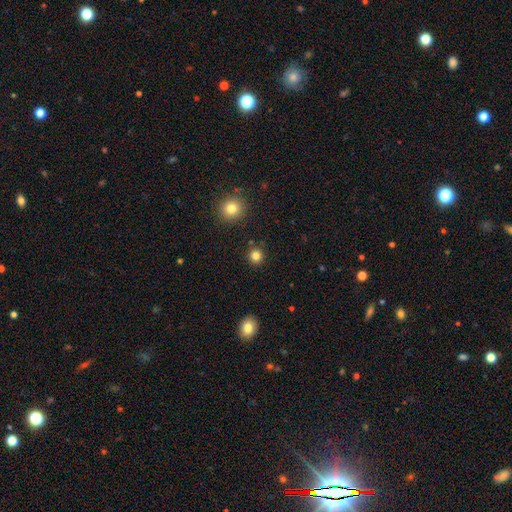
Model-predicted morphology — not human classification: Q: Smooth or featured?
A: smooth (82%); runner-up: star or artifact (13%)
Q: How rounded?
A: round (94%); runner-up: in between (5%)
Q: Merging?
A: none (90%); runner-up: minor disturbance (5%)